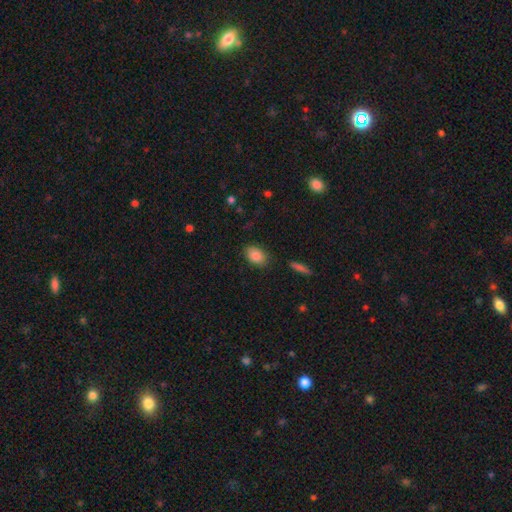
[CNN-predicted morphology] Q: Smooth or featured?
A: smooth (85%); runner-up: star or artifact (8%)
Q: How rounded?
A: in between (85%); runner-up: round (13%)
Q: Merging?
A: none (84%); runner-up: minor disturbance (11%)